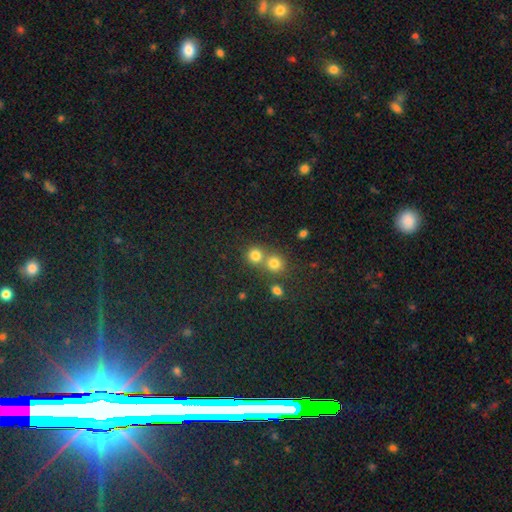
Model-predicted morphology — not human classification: Smooth or featured? Predicted: smooth (p=0.77). How rounded? Predicted: round (p=0.89). Merging? Predicted: none (p=0.54).